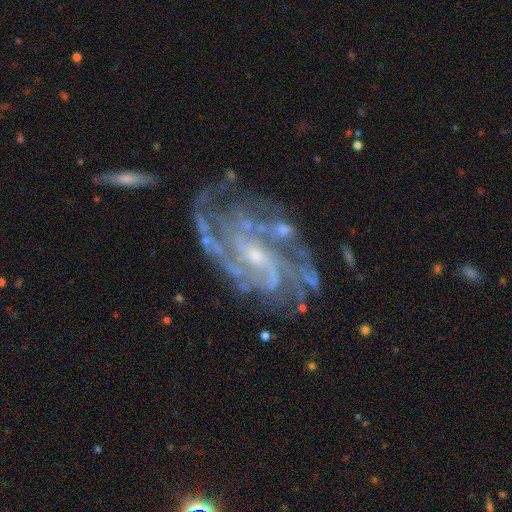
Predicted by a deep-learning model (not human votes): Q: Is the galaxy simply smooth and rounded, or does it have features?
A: featured or disk — 89%.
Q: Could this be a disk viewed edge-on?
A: no — 97%.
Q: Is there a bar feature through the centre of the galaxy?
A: weak — 44%.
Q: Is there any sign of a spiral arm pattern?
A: yes — 96%.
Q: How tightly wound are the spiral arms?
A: tight — 51%.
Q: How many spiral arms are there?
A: can't tell — 25%.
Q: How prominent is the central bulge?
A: small — 70%.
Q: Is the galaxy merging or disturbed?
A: none — 64%.